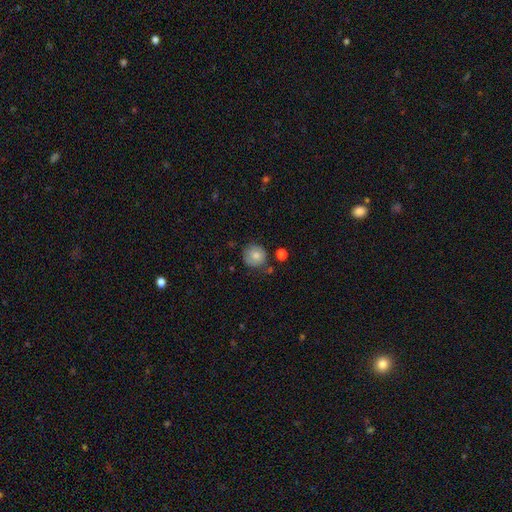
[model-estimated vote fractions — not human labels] Overall: smooth (80%). How rounded: round (88%). Merging: none (73%).